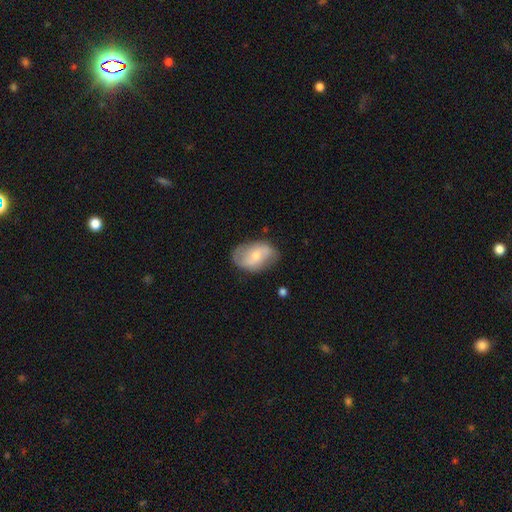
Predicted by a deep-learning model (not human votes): smooth-or-featured: featured or disk: 52% | smooth: 42% | star or artifact: 6%
  disk-edge-on: no: 96% | yes: 4%
  merging: none: 70% | minor disturbance: 22% | major disturbance: 6% | merger: 2%